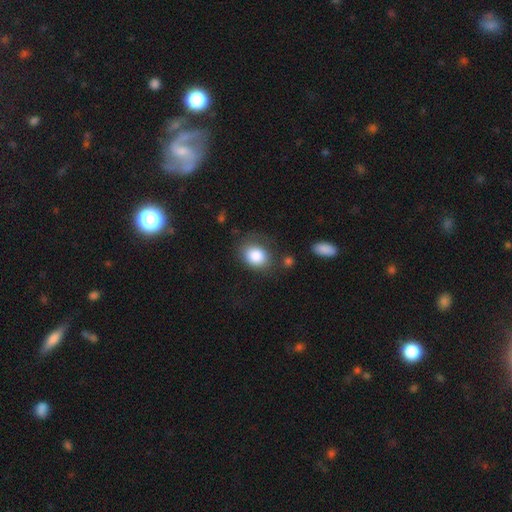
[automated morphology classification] A smooth galaxy with no disk features (85%) that is in between round and cigar-shaped (51%). Merging: none (63%).